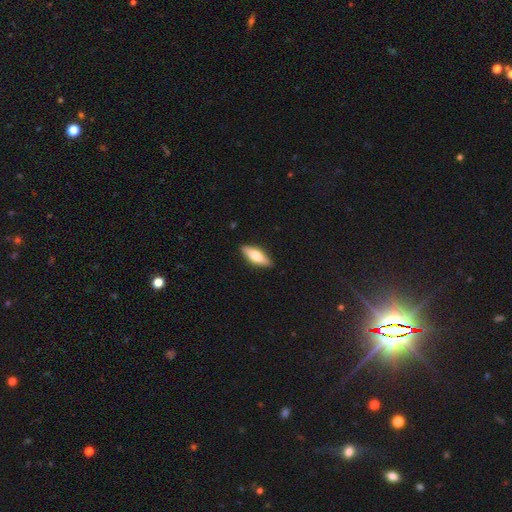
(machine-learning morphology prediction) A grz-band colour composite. It shows a smooth galaxy with no disk features (57%) that is in between round and cigar-shaped (56%). Merging: none (88%).